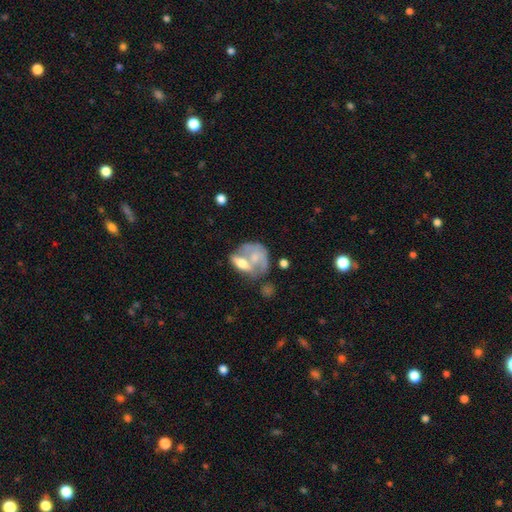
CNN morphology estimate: Smooth or featured: smooth — 47% (featured or disk — 45%)
Merging: merger — 53% (none — 19%)